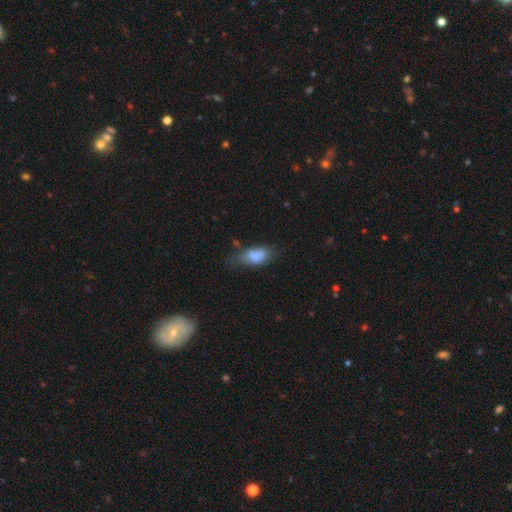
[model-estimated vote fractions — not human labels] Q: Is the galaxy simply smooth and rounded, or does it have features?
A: smooth — 74%.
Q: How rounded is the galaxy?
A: in between — 86%.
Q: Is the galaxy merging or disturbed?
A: minor disturbance — 34%.